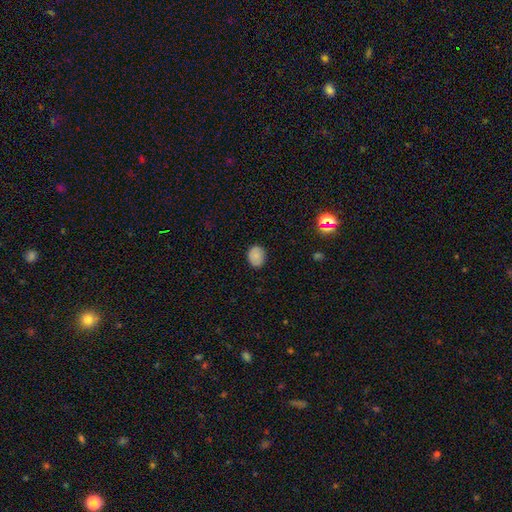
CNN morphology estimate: The model was most divided on "how rounded": round: 54%, in between: 45%, cigar-shaped: 1%. More confident: merging — none (85%); smooth or featured — smooth (83%).